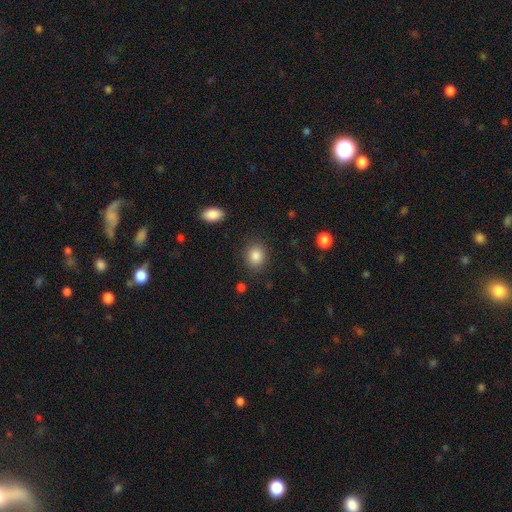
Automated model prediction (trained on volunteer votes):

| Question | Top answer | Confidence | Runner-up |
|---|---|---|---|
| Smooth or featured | smooth | 86% | star or artifact (9%) |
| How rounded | round | 67% | in between (32%) |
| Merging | none | 85% | minor disturbance (9%) |